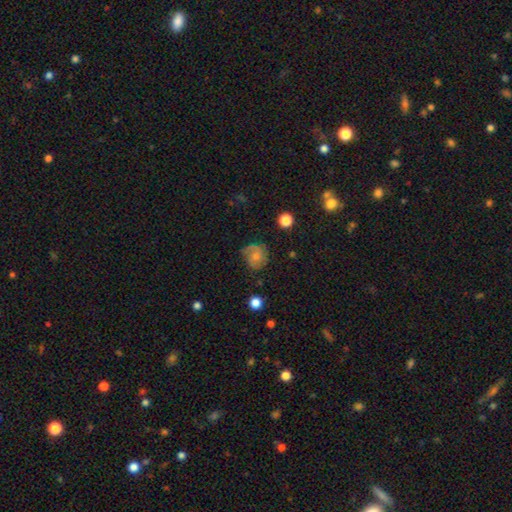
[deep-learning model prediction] This is possibly a featured or disk galaxy (50%). It is clearly not viewed edge-on (97%). Merging: likely none (60%).